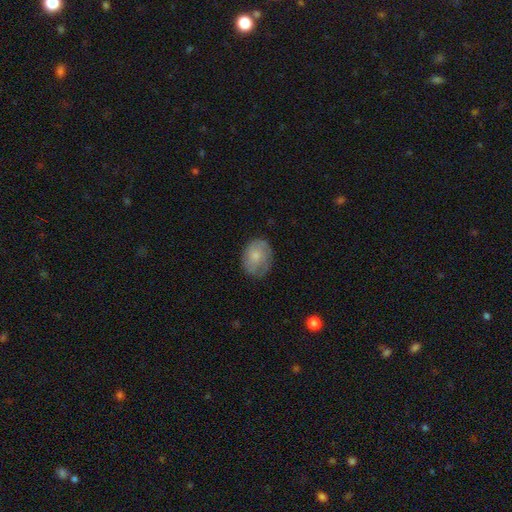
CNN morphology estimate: Smooth or featured?
  - smooth: 65% *
  - featured or disk: 28%
  - star or artifact: 7%
How rounded?
  - in between: 57% *
  - round: 42%
  - cigar-shaped: 1%
Merging?
  - none: 66% *
  - minor disturbance: 25%
  - major disturbance: 8%
  - merger: 1%